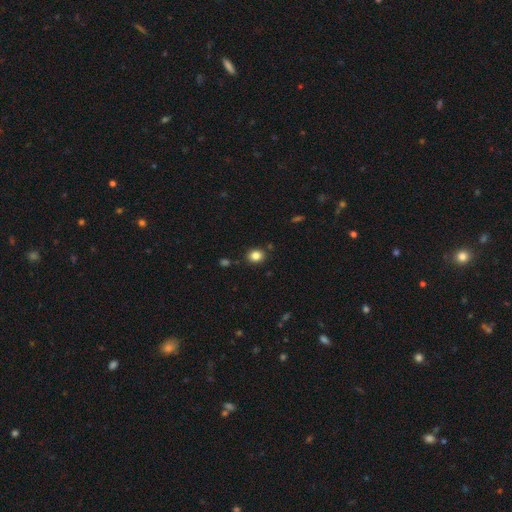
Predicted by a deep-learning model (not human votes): Q: Smooth or featured?
A: smooth (84%); runner-up: star or artifact (11%)
Q: How rounded?
A: round (64%); runner-up: in between (35%)
Q: Merging?
A: none (86%); runner-up: minor disturbance (9%)